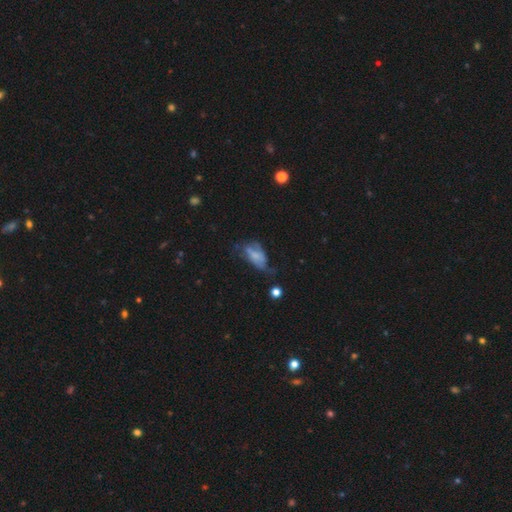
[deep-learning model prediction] Smooth or featured?
  - smooth: 49% *
  - featured or disk: 41%
  - star or artifact: 10%
Merging?
  - major disturbance: 38% *
  - minor disturbance: 30%
  - none: 27%
  - merger: 6%